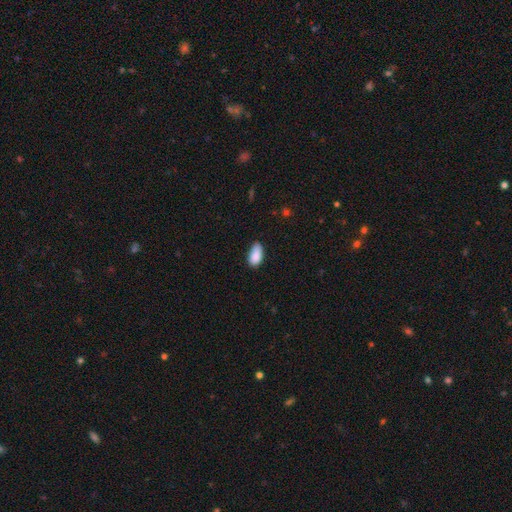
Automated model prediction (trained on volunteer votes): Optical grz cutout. It shows a smooth galaxy with no disk features (89%) that is in between round and cigar-shaped (93%). Merging: none (67%).